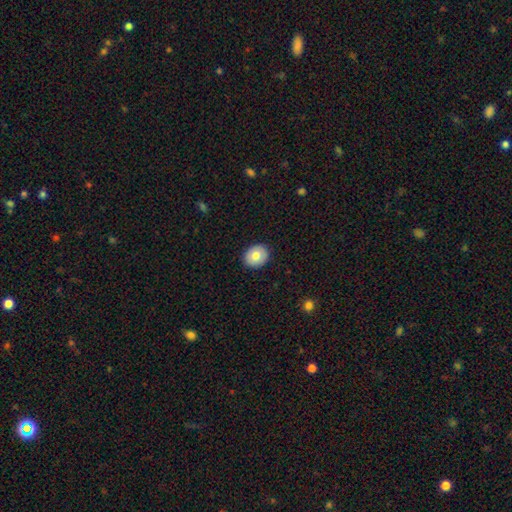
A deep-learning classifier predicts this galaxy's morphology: type=smooth (75%); roundness=round (60%); merging=none (90%).